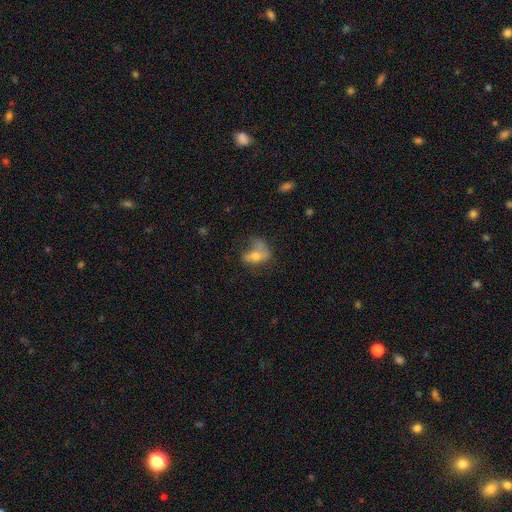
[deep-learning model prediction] Q: Smooth or featured?
A: smooth (48%); runner-up: featured or disk (42%)
Q: Merging?
A: major disturbance (34%); runner-up: none (33%)